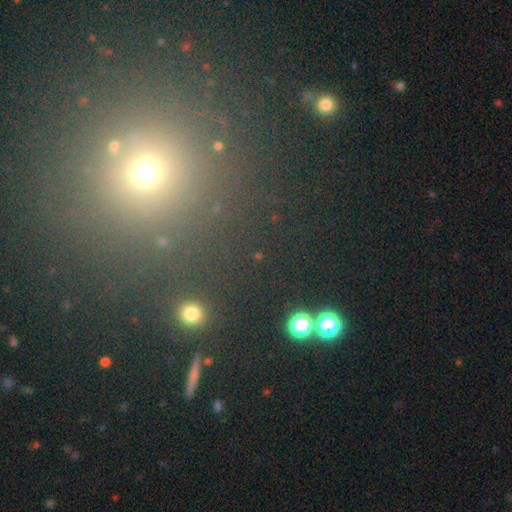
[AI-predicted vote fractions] Q: Smooth or featured?
A: star or artifact (47%); runner-up: smooth (44%)